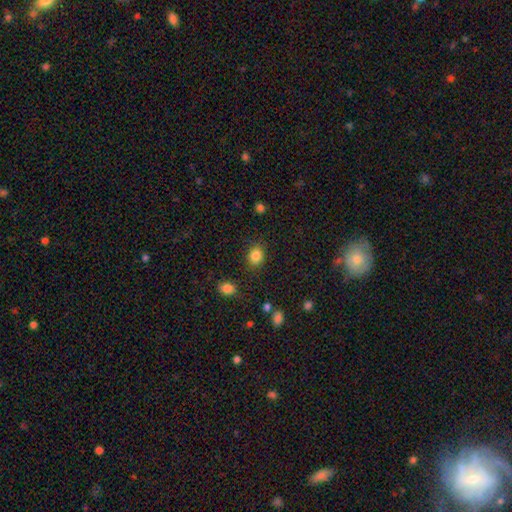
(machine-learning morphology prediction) Smooth or featured? Predicted: smooth (p=0.85). How rounded? Predicted: round (p=0.56). Merging? Predicted: none (p=0.84).